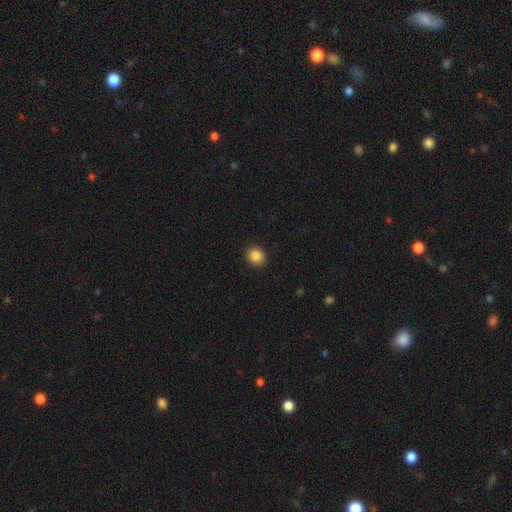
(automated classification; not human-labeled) Morphology: type=smooth (87%); roundness=round (81%); merging=none (90%).